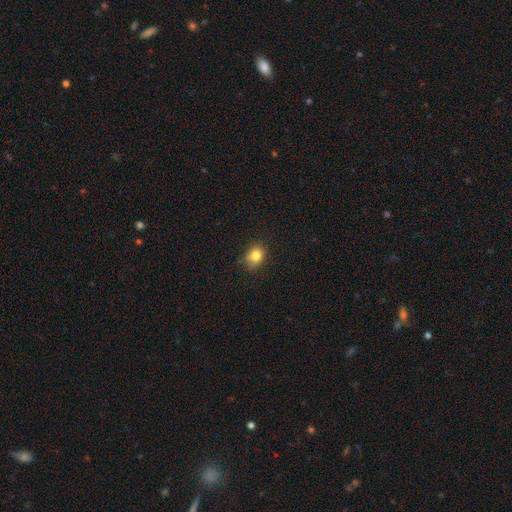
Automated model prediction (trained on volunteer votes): smooth_or_featured: smooth (p=0.82) [alt: star or artifact p=0.12]
how_rounded: round (p=0.60) [alt: in between p=0.39]
merging: none (p=0.81) [alt: minor disturbance p=0.15]